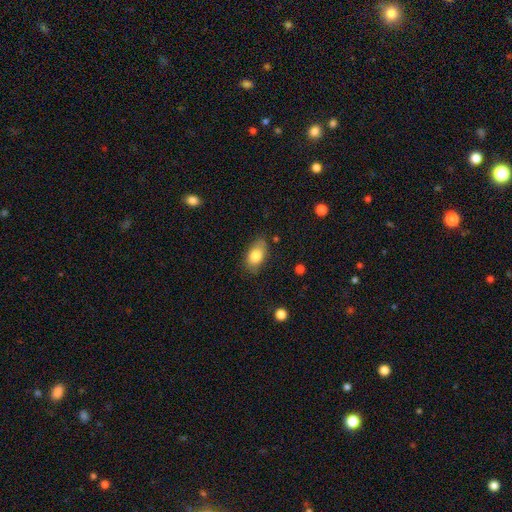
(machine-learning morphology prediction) smooth_or_featured: smooth (p=0.80) [alt: featured or disk p=0.12]
how_rounded: in between (p=0.89) [alt: round p=0.08]
merging: none (p=0.77) [alt: minor disturbance p=0.18]